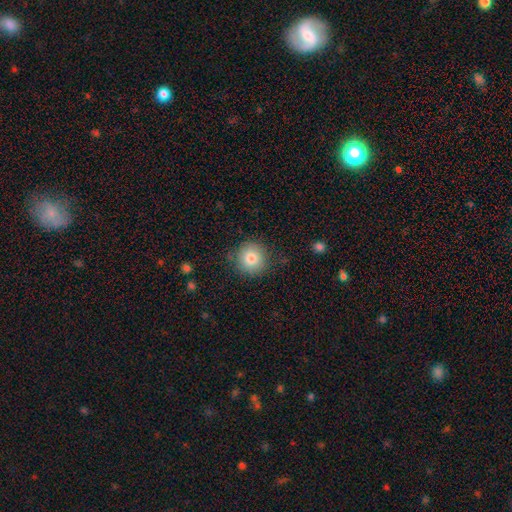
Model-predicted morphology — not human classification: This appears to be a smooth galaxy with no disk features (80%) that is round (94%). Merging: none (87%).